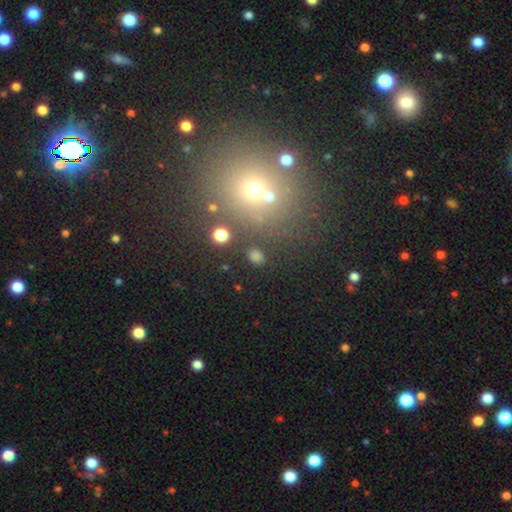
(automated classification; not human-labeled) Smooth or featured? Predicted: smooth (p=0.73). How rounded? Predicted: round (p=0.58). Merging? Predicted: none (p=0.85).